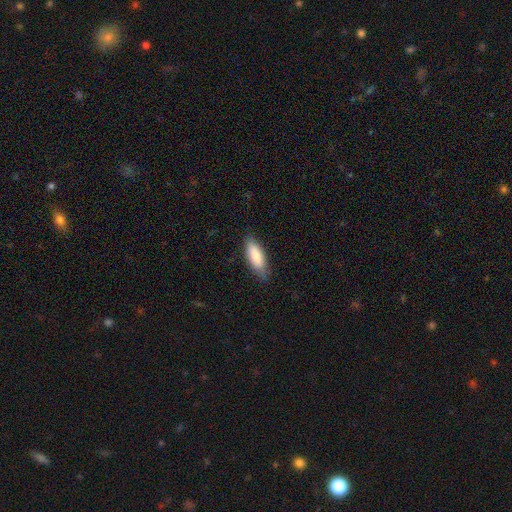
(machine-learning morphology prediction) The model was most divided on "how rounded": in between: 66%, cigar-shaped: 32%, round: 2%. More confident: smooth or featured — smooth (86%); merging — none (80%).